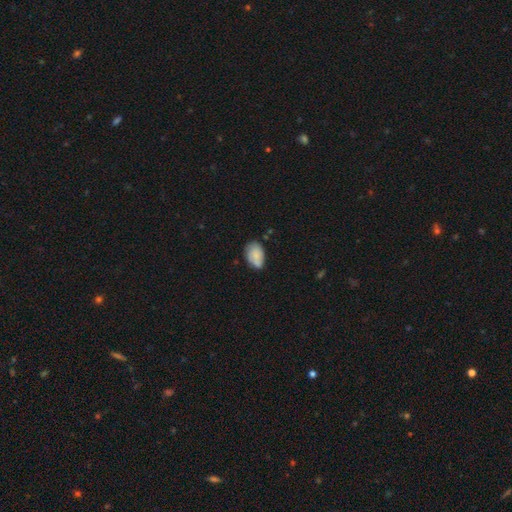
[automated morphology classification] Smooth or featured?
  - smooth: 74% *
  - featured or disk: 18%
  - star or artifact: 8%
How rounded?
  - in between: 87% *
  - round: 12%
  - cigar-shaped: 1%
Merging?
  - none: 57% *
  - minor disturbance: 31%
  - major disturbance: 7%
  - merger: 5%